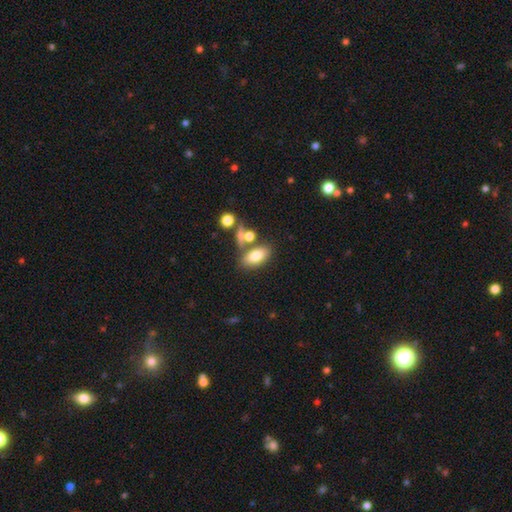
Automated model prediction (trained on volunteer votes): Morphology: type=smooth (75%); roundness=in between (87%); merging=none (59%).